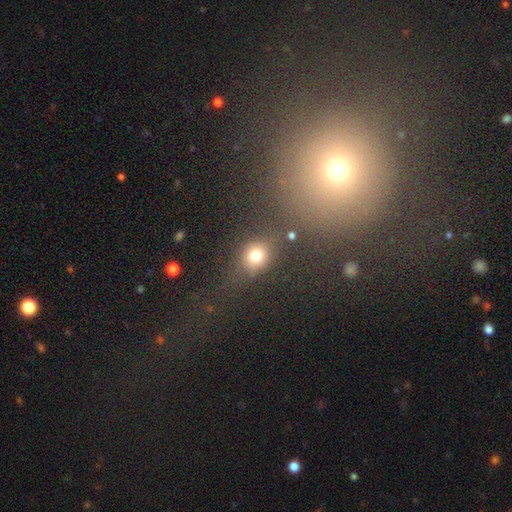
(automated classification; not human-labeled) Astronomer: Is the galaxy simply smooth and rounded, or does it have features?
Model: smooth — 70%.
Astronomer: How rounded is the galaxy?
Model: round — 66%.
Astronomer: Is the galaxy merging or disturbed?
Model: none — 68%.